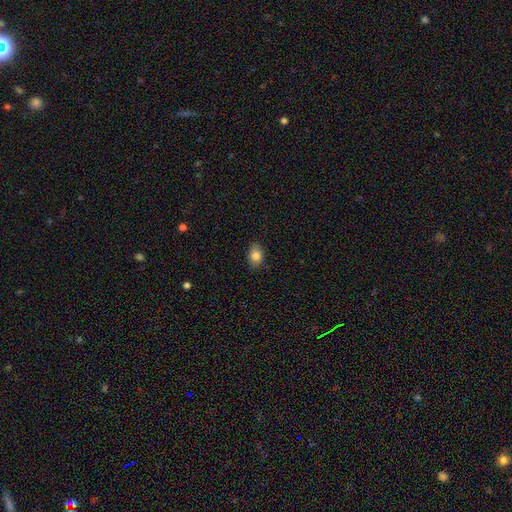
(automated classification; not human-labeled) This appears to be a smooth galaxy with no disk features (83%) that is in between round and cigar-shaped (74%). Merging: none (83%).